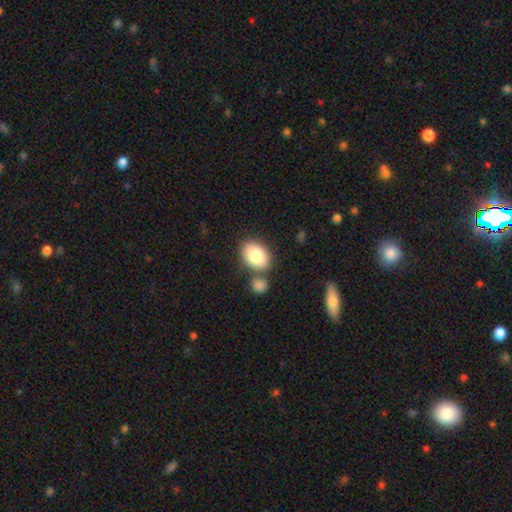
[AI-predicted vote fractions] This is clearly a smooth galaxy (85%). How rounded: clearly in between (82%). Merging: likely none (63%).